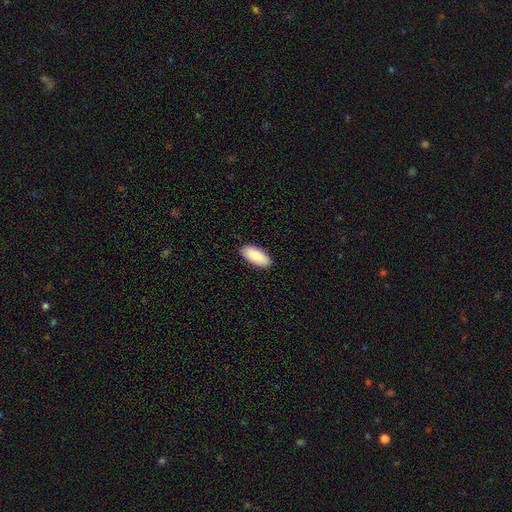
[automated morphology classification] smooth_or_featured: smooth (p=0.89) [alt: star or artifact p=0.05]
how_rounded: in between (p=0.91) [alt: cigar-shaped p=0.08]
merging: none (p=0.90) [alt: minor disturbance p=0.07]